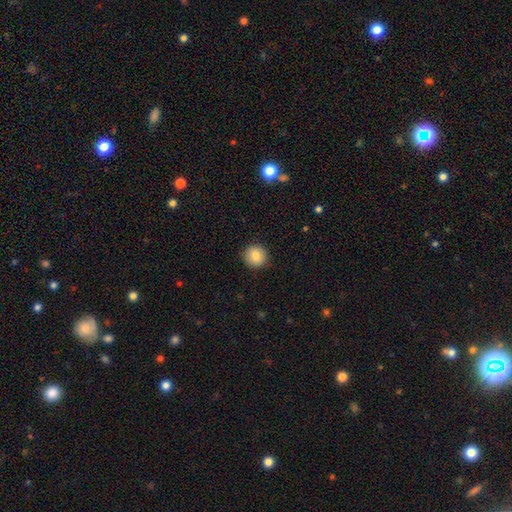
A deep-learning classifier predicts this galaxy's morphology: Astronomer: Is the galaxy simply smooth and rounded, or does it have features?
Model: smooth — 85%.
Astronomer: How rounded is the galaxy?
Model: round — 94%.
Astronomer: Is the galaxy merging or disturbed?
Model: none — 92%.